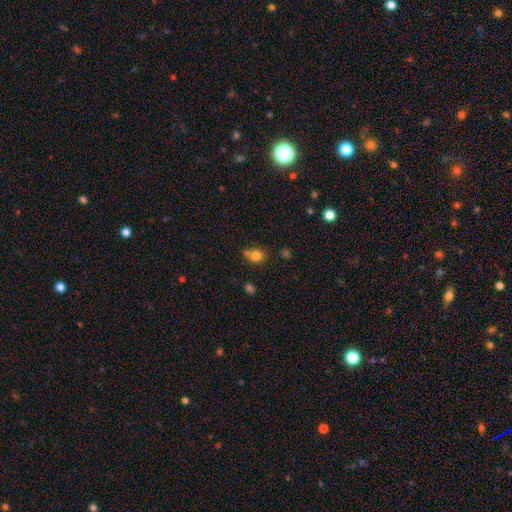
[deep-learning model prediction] This is likely a smooth galaxy (80%). How rounded: likely round (71%). Merging: possibly none (58%).